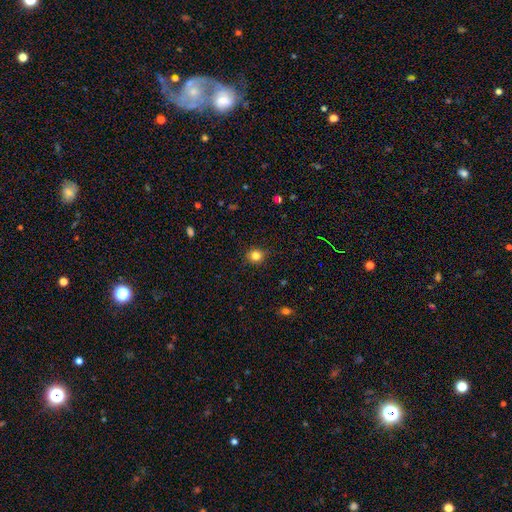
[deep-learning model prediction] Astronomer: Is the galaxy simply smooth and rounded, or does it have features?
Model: smooth — 82%.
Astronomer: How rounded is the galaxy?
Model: round — 85%.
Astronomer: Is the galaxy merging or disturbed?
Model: none — 89%.